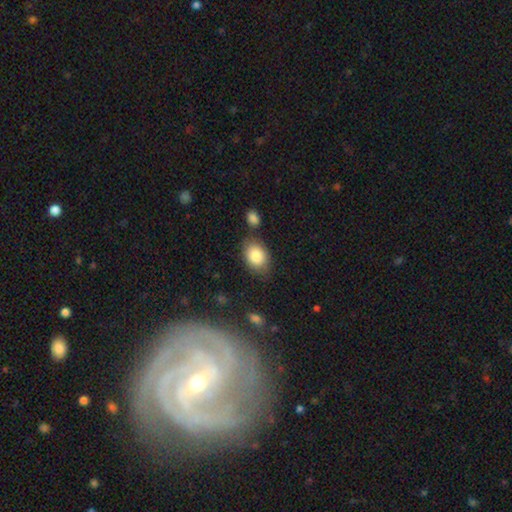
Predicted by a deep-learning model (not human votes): This is clearly a smooth galaxy (86%). How rounded: likely in between (74%). Merging: likely none (68%).